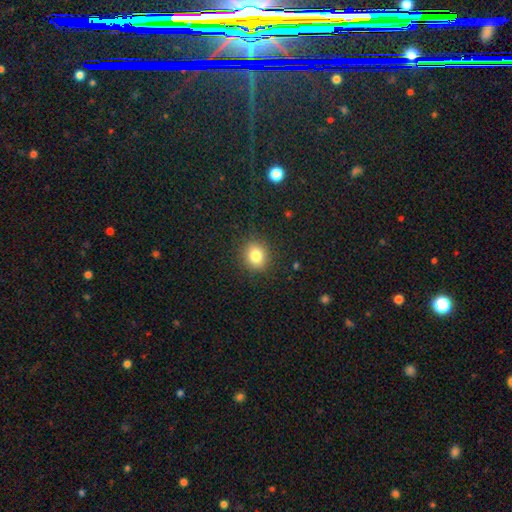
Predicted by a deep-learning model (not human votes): This appears to be a smooth galaxy with no disk features (81%) that is round (72%). Merging: none (88%).